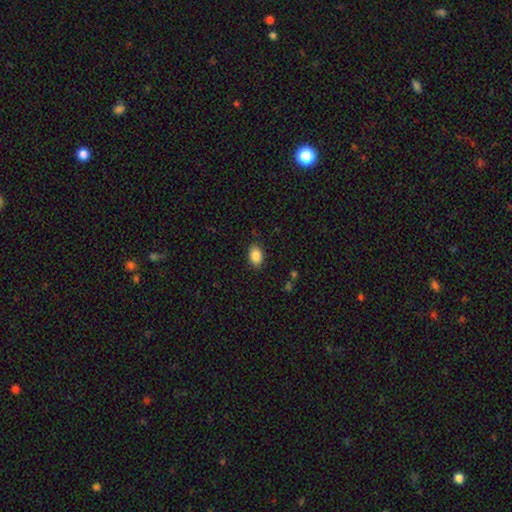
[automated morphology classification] type=smooth (87%); roundness=in between (84%); merging=none (86%).